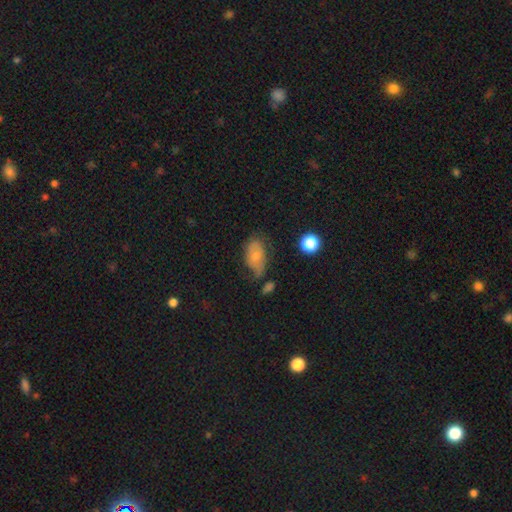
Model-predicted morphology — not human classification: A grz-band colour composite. It shows a smooth galaxy with no disk features (65%) that is in between round and cigar-shaped (90%). Merging: none (44%).